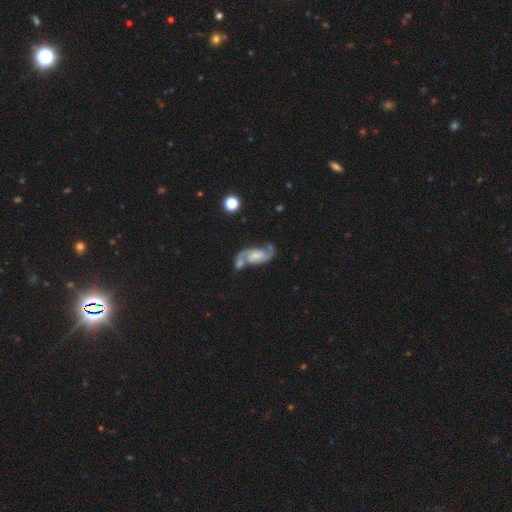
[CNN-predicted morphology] featured or disk 88%, smooth 7%, star or artifact 5%. Down the decision tree: edge-on disk — no (97%); bar — no (46%); spiral arms — yes (97%); spiral arm count — 2 (93%); spiral winding — medium (52%); bulge size — small (36%); merging — none (50%).